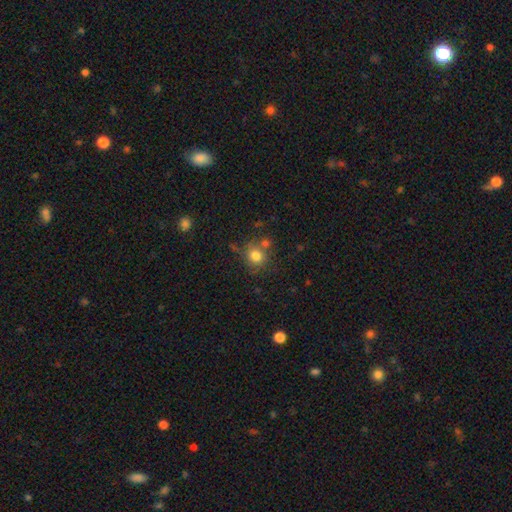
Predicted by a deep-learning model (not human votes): Morphology: type=smooth (79%); roundness=round (84%); merging=none (65%).